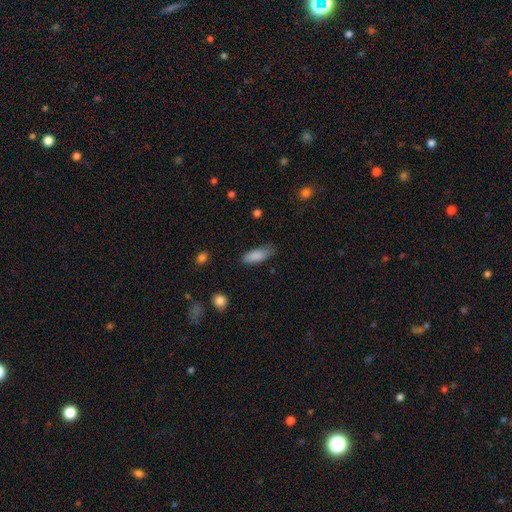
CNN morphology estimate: Smooth or featured? Predicted: smooth (p=0.86). How rounded? Predicted: in between (p=0.70). Merging? Predicted: none (p=0.70).